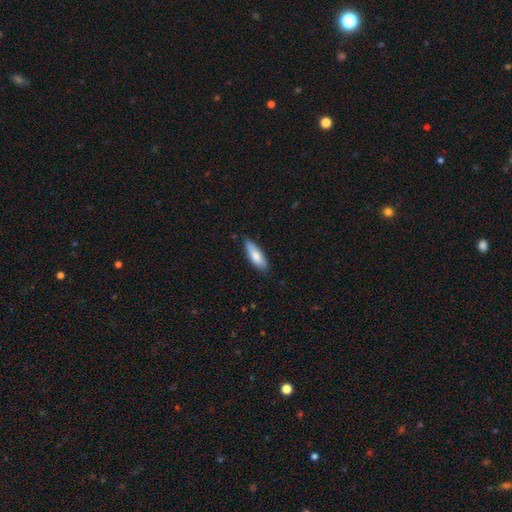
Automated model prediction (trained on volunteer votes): Smooth or featured?
  - smooth: 77% *
  - featured or disk: 18%
  - star or artifact: 6%
How rounded?
  - in between: 52% *
  - cigar-shaped: 46%
  - round: 2%
Merging?
  - none: 78% *
  - minor disturbance: 18%
  - major disturbance: 3%
  - merger: 1%